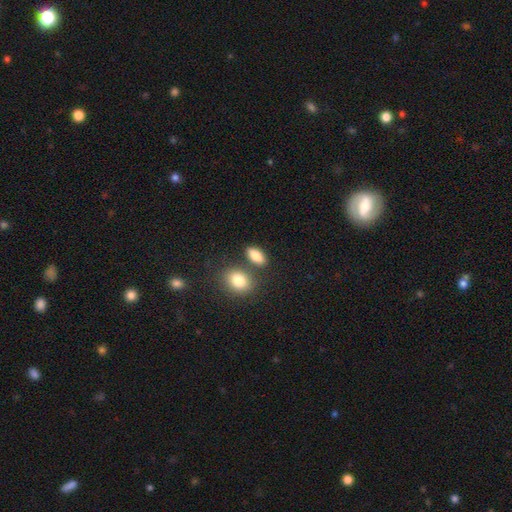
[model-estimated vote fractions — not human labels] The model was most divided on "merging": none: 72%, merger: 14%, minor disturbance: 11%, major disturbance: 4%. More confident: how rounded — in between (85%); smooth or featured — smooth (83%).